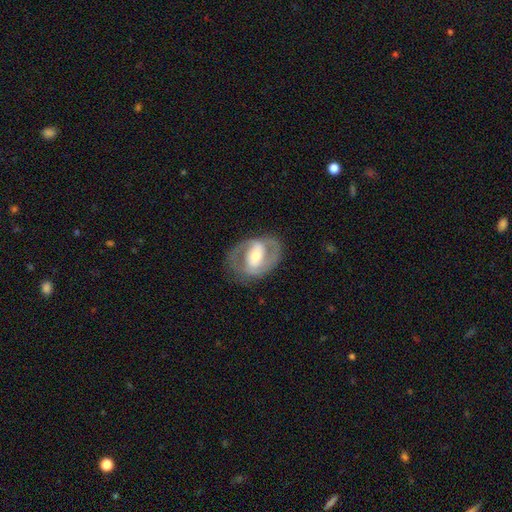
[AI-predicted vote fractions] Smooth or featured: featured or disk — 80% (smooth — 15%)
Edge-on disk: no — 96% (yes — 4%)
Bar: strong — 41% (weak — 35%)
Spiral arms: yes — 77% (no — 23%)
Spiral winding: medium — 48% (tight — 36%)
Spiral arm count: 2 — 84% (can't tell — 9%)
Bulge size: moderate — 63% (small — 25%)
Merging: none — 76% (minor disturbance — 15%)